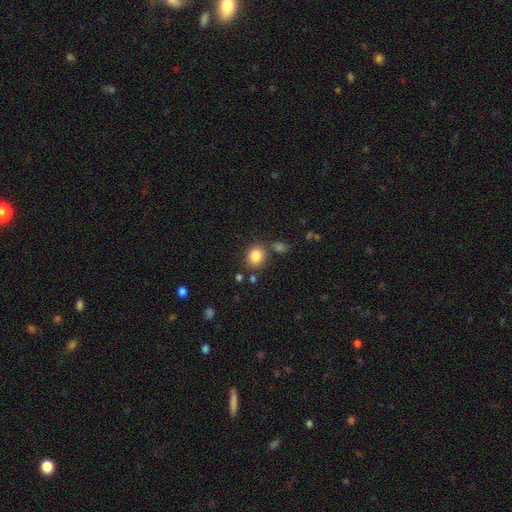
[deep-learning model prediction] Smooth or featured? smooth (83%)
How rounded? round (59%)
Merging? none (75%)